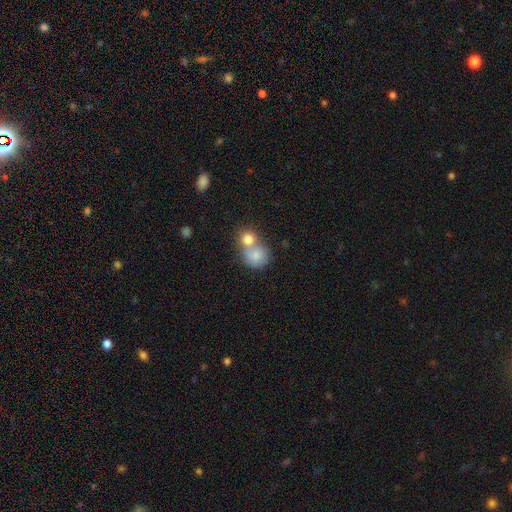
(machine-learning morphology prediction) Smooth or featured?
  - smooth: 77% *
  - featured or disk: 15%
  - star or artifact: 8%
How rounded?
  - round: 79% *
  - in between: 20%
  - cigar-shaped: 1%
Merging?
  - merger: 62% *
  - none: 27%
  - minor disturbance: 7%
  - major disturbance: 4%